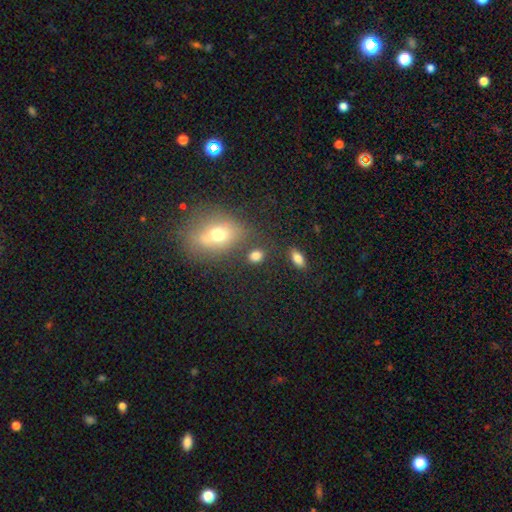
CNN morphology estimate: Smooth or featured? smooth (80%)
How rounded? in between (61%)
Merging? none (72%)